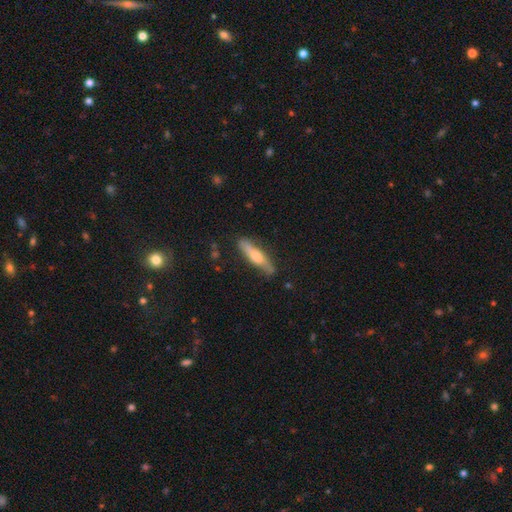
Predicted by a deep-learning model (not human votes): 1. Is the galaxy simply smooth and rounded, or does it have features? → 47% featured or disk (tied), 47% smooth (tied), 6% star or artifact.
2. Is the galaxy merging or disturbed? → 80% none, 15% minor disturbance, 3% major disturbance, 2% merger.